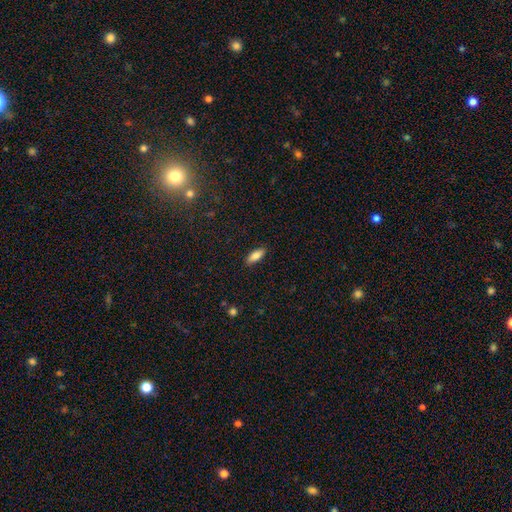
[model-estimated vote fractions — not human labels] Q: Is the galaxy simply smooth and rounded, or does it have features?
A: smooth — 83%.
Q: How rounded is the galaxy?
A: in between — 77%.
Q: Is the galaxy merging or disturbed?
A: none — 88%.